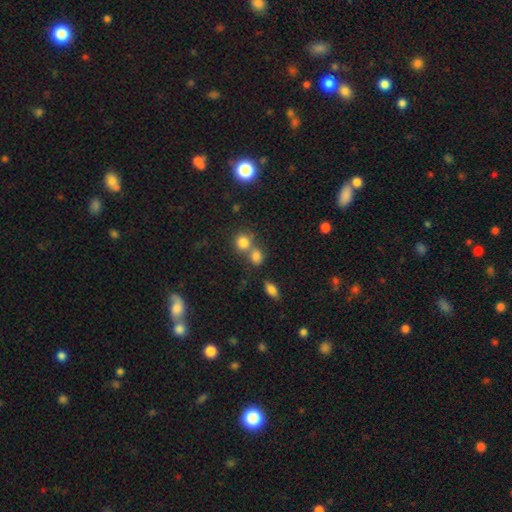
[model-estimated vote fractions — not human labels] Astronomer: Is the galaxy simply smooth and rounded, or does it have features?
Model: smooth — 78%.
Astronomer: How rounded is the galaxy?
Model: round — 71%.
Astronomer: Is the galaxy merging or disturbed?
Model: none — 45% (runner-up: merger, 43%).